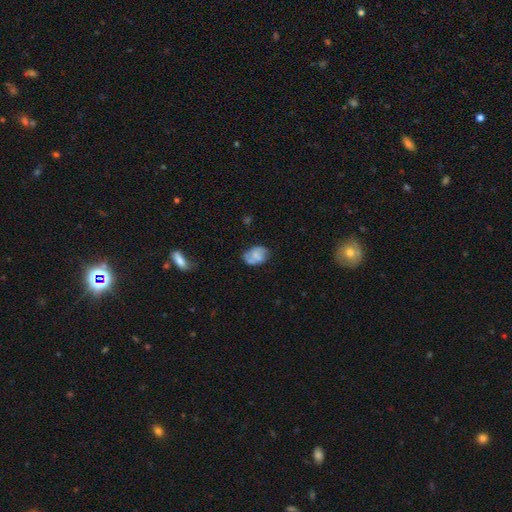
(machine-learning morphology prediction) smooth 56%, featured or disk 35%, star or artifact 8%. Down the decision tree: how rounded — in between (80%); merging — none (59%).